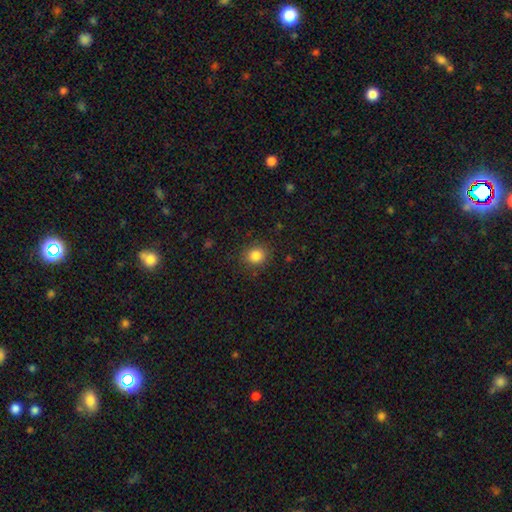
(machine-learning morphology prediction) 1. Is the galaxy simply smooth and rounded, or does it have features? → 85% smooth, 11% star or artifact, 4% featured or disk.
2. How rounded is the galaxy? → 82% round, 17% in between, 1% cigar-shaped.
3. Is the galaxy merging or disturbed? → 87% none, 9% minor disturbance, 3% major disturbance, 1% merger.